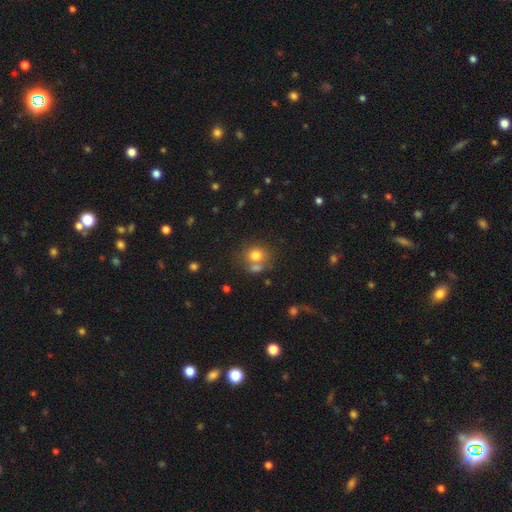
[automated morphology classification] Smooth or featured?
  - smooth: 77% *
  - star or artifact: 12%
  - featured or disk: 12%
How rounded?
  - round: 72% *
  - in between: 27%
  - cigar-shaped: 1%
Merging?
  - none: 52% *
  - merger: 31%
  - minor disturbance: 12%
  - major disturbance: 5%